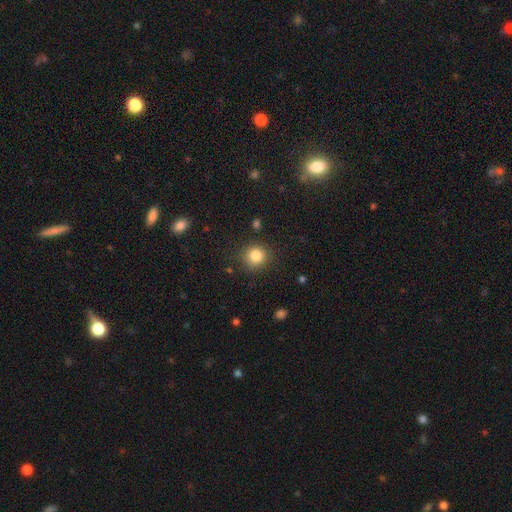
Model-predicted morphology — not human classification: A smooth galaxy with no disk features (83%) that is round (90%). Merging: none (87%).